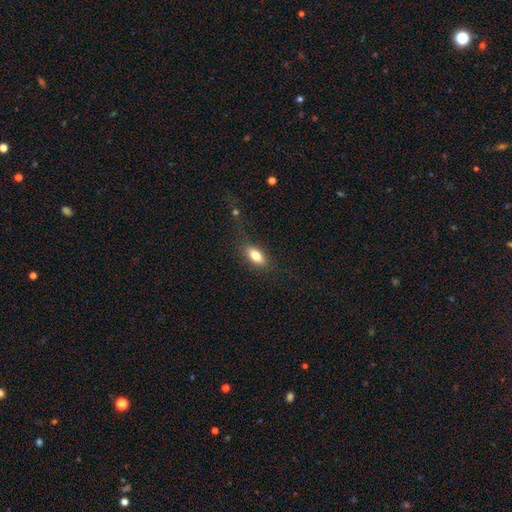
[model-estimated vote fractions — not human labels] Smooth or featured: smooth — 79% (featured or disk — 13%)
How rounded: in between — 86% (cigar-shaped — 9%)
Merging: none — 76% (minor disturbance — 13%)